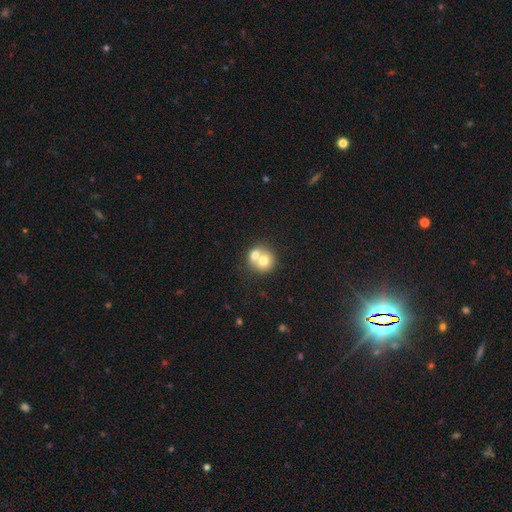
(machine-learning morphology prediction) Smooth or featured?
  - smooth: 68% *
  - featured or disk: 23%
  - star or artifact: 9%
How rounded?
  - round: 81% *
  - in between: 18%
  - cigar-shaped: 1%
Merging?
  - merger: 63% *
  - none: 30%
  - minor disturbance: 5%
  - major disturbance: 2%